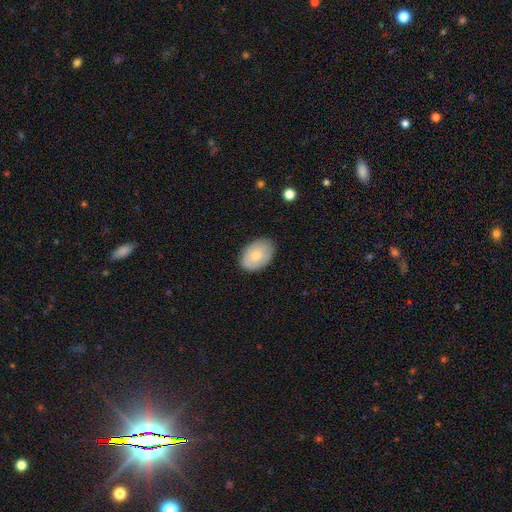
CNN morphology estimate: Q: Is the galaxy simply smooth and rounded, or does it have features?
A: smooth — 71%.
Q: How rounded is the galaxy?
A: in between — 86%.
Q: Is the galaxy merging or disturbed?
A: none — 83%.